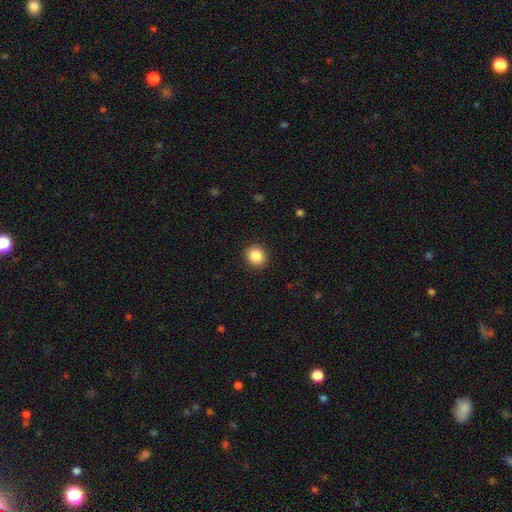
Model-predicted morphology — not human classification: This appears to be a smooth galaxy with no disk features (87%) that is round (79%). Merging: none (91%).